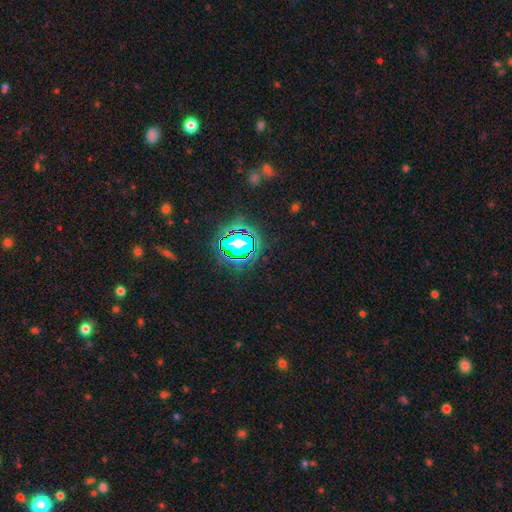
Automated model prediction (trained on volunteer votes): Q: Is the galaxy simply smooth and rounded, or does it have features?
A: star or artifact — 82%.